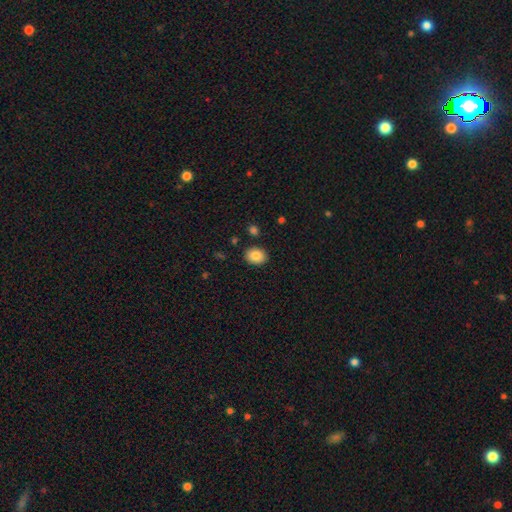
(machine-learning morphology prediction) smooth 85%, star or artifact 8%, featured or disk 7%. Down the decision tree: how rounded — in between (56%); merging — none (88%).